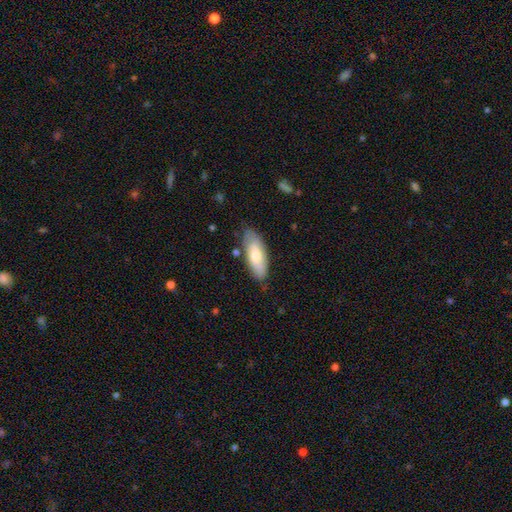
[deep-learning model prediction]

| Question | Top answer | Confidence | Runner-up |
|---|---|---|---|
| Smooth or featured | smooth | 71% | featured or disk (24%) |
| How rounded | in between | 73% | cigar-shaped (25%) |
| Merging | none | 78% | minor disturbance (17%) |